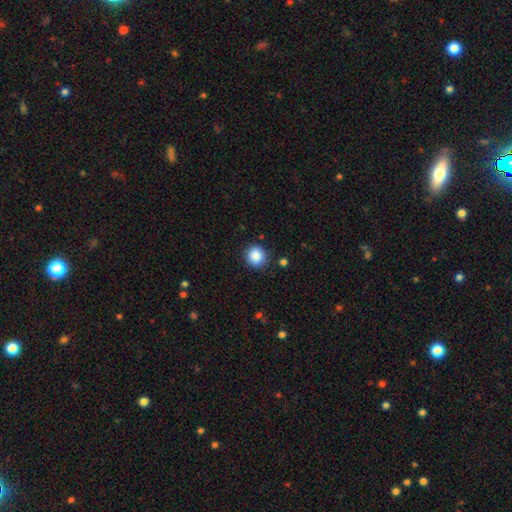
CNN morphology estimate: Smooth or featured?
  - smooth: 87% *
  - star or artifact: 9%
  - featured or disk: 4%
How rounded?
  - round: 92% *
  - in between: 7%
  - cigar-shaped: 1%
Merging?
  - none: 88% *
  - minor disturbance: 8%
  - major disturbance: 2%
  - merger: 2%